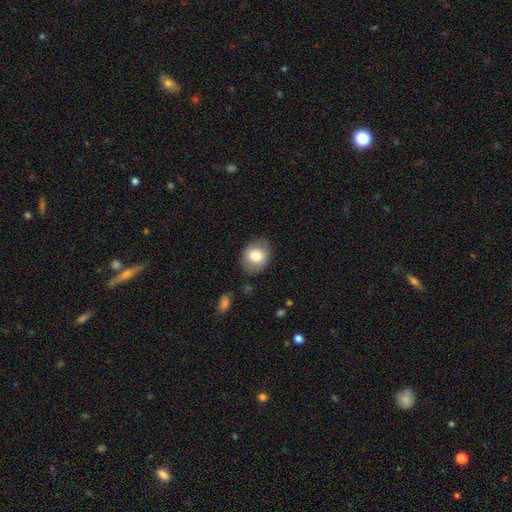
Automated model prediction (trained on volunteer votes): Smooth or featured?
  - smooth: 77% *
  - featured or disk: 15%
  - star or artifact: 8%
How rounded?
  - round: 52% *
  - in between: 47%
  - cigar-shaped: 1%
Merging?
  - none: 80% *
  - minor disturbance: 14%
  - major disturbance: 4%
  - merger: 2%